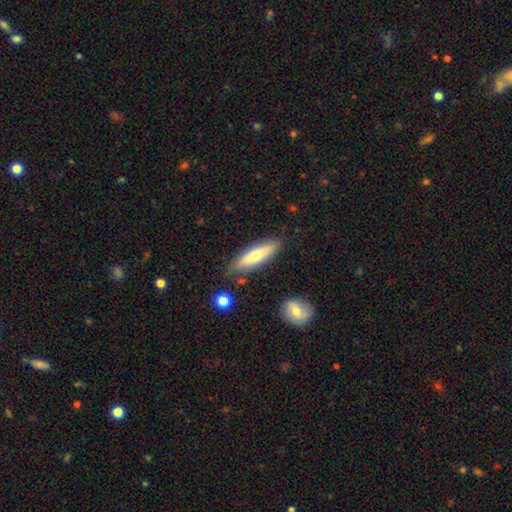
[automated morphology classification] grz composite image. It shows a smooth galaxy with no disk features (57%) that is cigar-shaped (60%). Merging: none (78%).